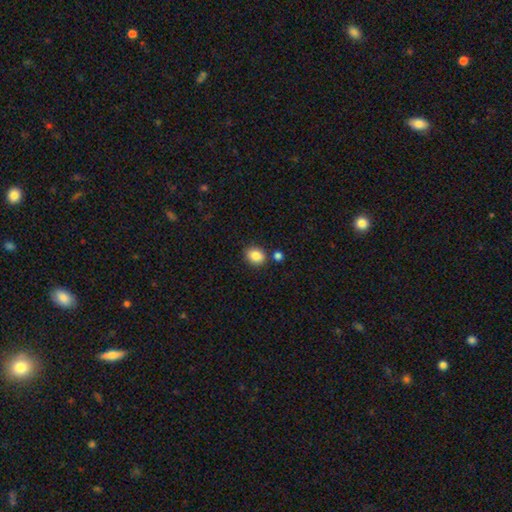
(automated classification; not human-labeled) This is clearly a smooth galaxy (85%). How rounded: possibly round (50%). Merging: likely none (79%).